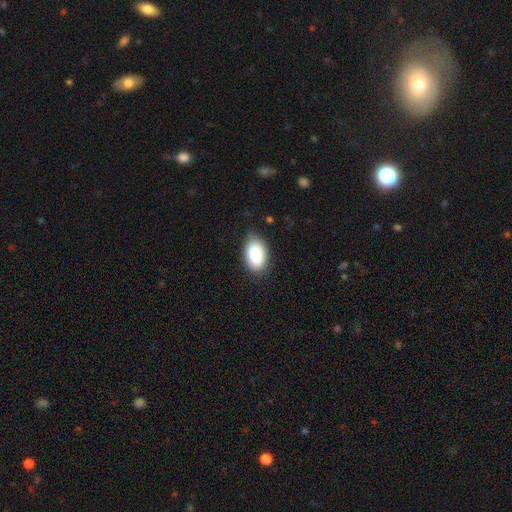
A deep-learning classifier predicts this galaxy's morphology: The model was most divided on "merging": none: 77%, minor disturbance: 19%, major disturbance: 4%, merger: 1%. More confident: how rounded — in between (93%); smooth or featured — smooth (89%).